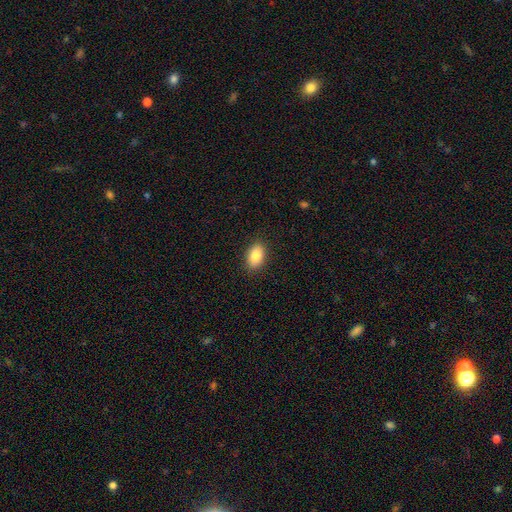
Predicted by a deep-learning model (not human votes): This is clearly a smooth galaxy (84%). How rounded: clearly in between (89%). Merging: clearly none (89%).